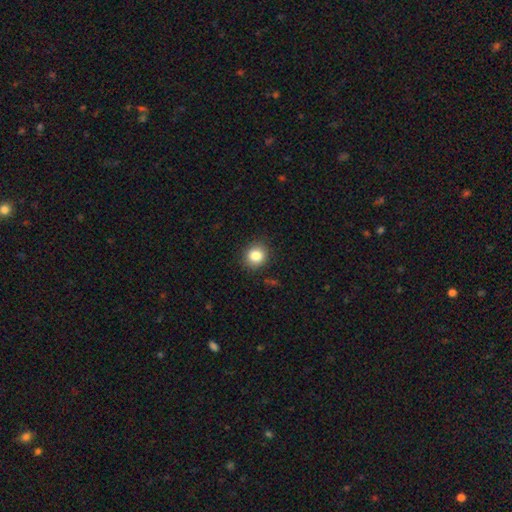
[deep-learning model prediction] smooth_or_featured: smooth (p=0.84) [alt: star or artifact p=0.10]
how_rounded: round (p=0.81) [alt: in between p=0.18]
merging: none (p=0.88) [alt: minor disturbance p=0.08]